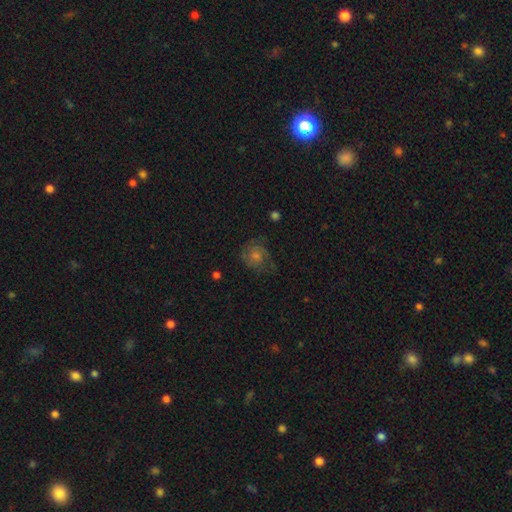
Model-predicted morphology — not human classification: smooth-or-featured: featured or disk: 43% | smooth: 38% | star or artifact: 19%
  merging: none: 67% | minor disturbance: 20% | major disturbance: 12% | merger: 1%